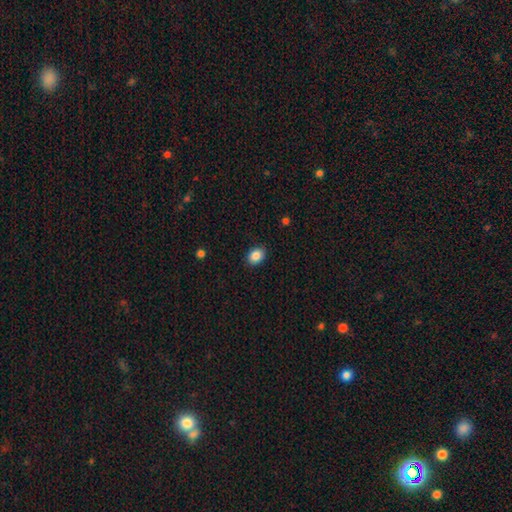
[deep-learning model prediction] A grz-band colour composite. It shows a smooth galaxy with no disk features (87%) that is in between round and cigar-shaped (67%). Merging: none (88%).